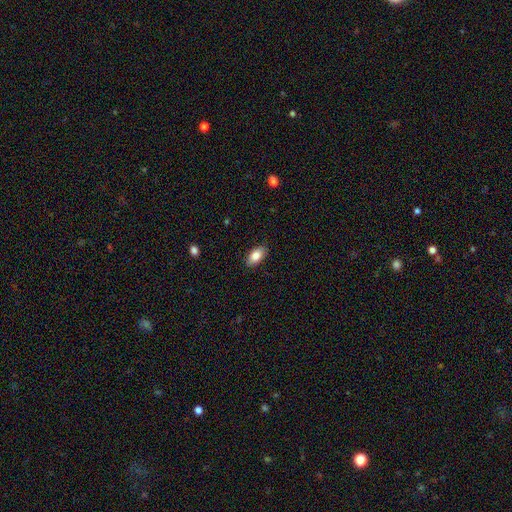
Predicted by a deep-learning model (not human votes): A smooth galaxy with no disk features (85%) that is in between round and cigar-shaped (93%). Merging: none (87%).